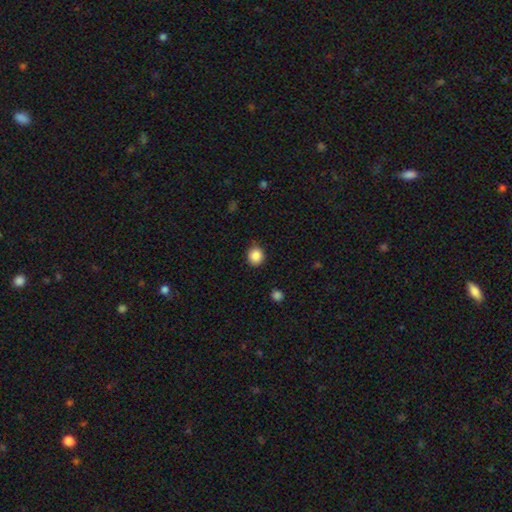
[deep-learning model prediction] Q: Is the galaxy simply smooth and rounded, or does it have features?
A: smooth — 87%.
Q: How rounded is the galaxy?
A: round — 81%.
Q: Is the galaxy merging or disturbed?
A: none — 84%.